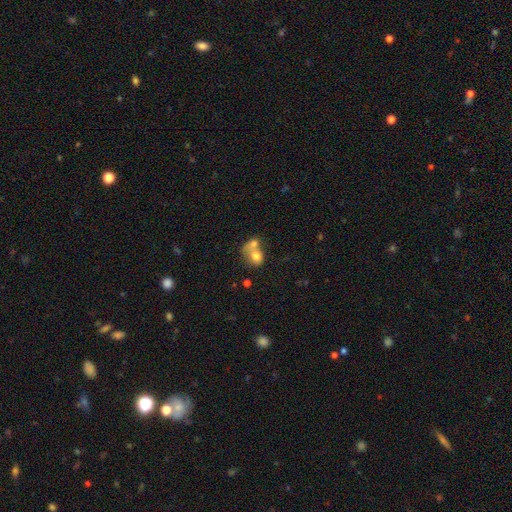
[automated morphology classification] A smooth galaxy with no disk features (70%) that is round (54%). Merging: merger (69%).